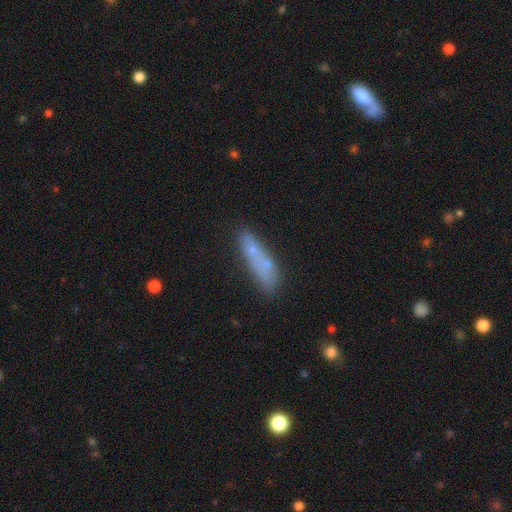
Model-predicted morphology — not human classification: smooth_or_featured: smooth (p=0.55) [alt: featured or disk p=0.32]
how_rounded: cigar-shaped (p=0.74) [alt: in between p=0.23]
merging: none (p=0.56) [alt: minor disturbance p=0.18]